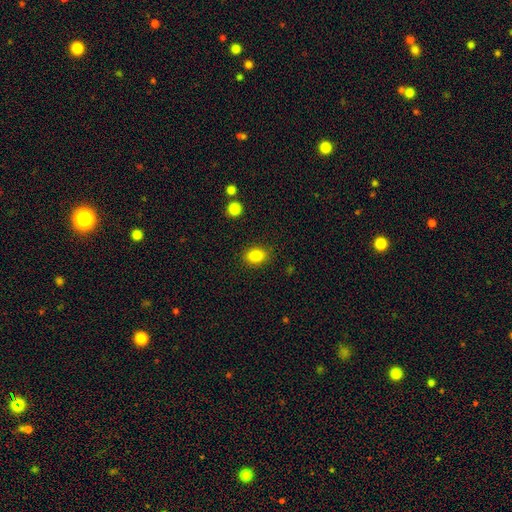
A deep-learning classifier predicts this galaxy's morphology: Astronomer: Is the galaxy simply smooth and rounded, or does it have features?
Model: smooth — 86%.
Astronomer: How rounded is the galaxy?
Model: in between — 66%.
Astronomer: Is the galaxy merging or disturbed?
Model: none — 87%.